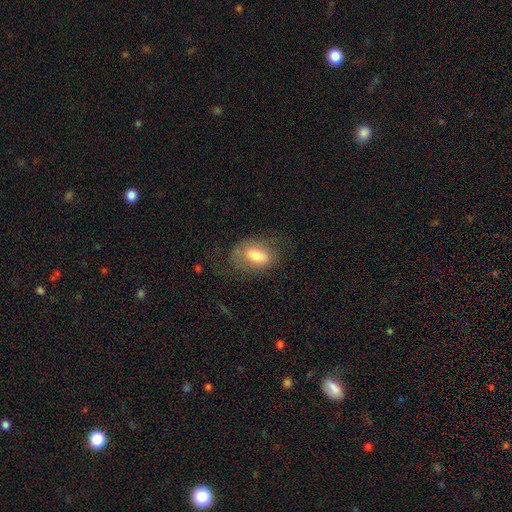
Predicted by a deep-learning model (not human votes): Smooth or featured?
  - smooth: 62% *
  - featured or disk: 30%
  - star or artifact: 8%
How rounded?
  - in between: 85% *
  - round: 13%
  - cigar-shaped: 2%
Merging?
  - none: 56% *
  - minor disturbance: 23%
  - major disturbance: 20%
  - merger: 2%